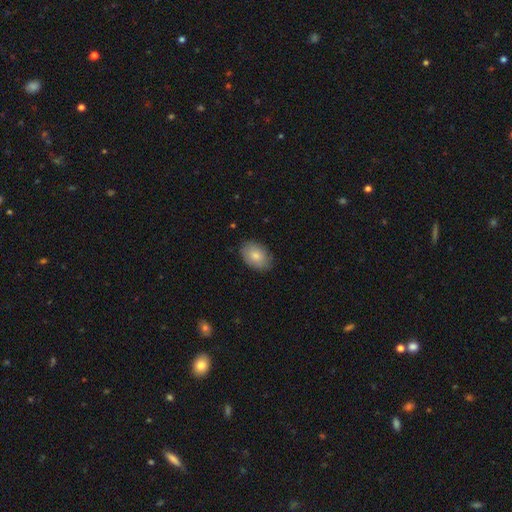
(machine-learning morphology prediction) Overall: smooth (80%). How rounded: in between (86%). Merging: none (83%).